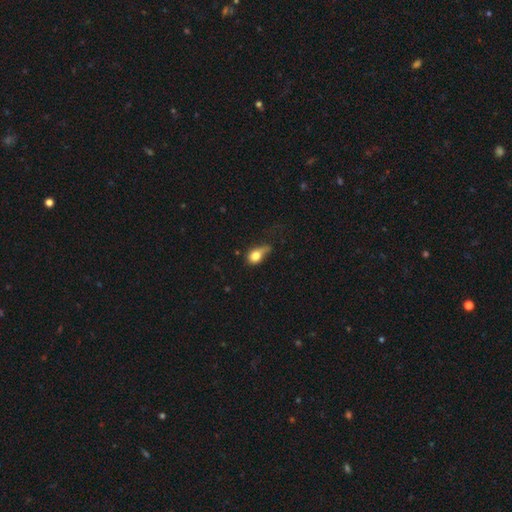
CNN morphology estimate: A smooth galaxy with no disk features (77%) that is in between round and cigar-shaped (60%). Merging: minor disturbance (35%).